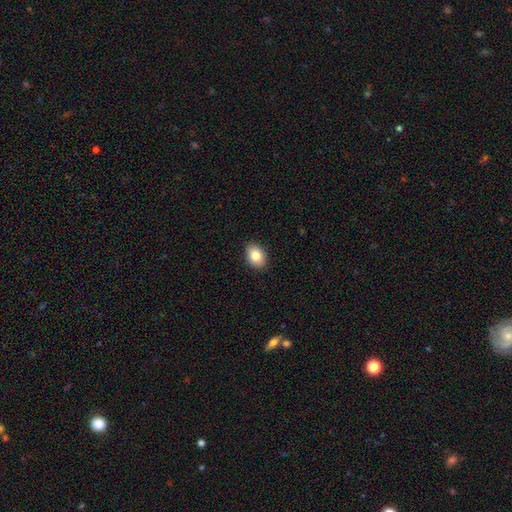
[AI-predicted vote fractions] Smooth or featured?
  - smooth: 84% *
  - featured or disk: 8%
  - star or artifact: 8%
How rounded?
  - in between: 78% *
  - round: 21%
  - cigar-shaped: 1%
Merging?
  - none: 90% *
  - minor disturbance: 7%
  - major disturbance: 2%
  - merger: 1%